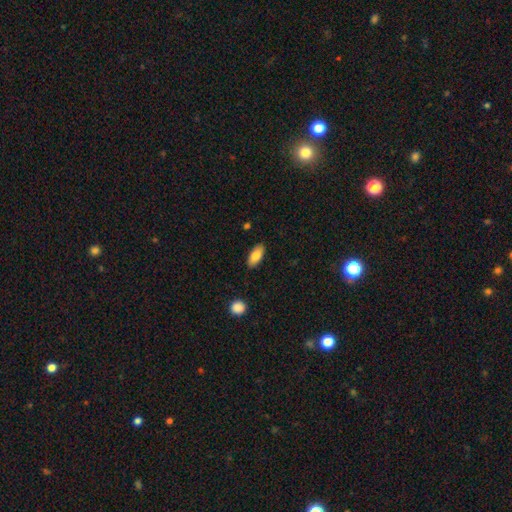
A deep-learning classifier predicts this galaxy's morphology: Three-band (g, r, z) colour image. It shows a smooth galaxy with no disk features (83%) that is in between round and cigar-shaped (88%). Merging: none (87%).